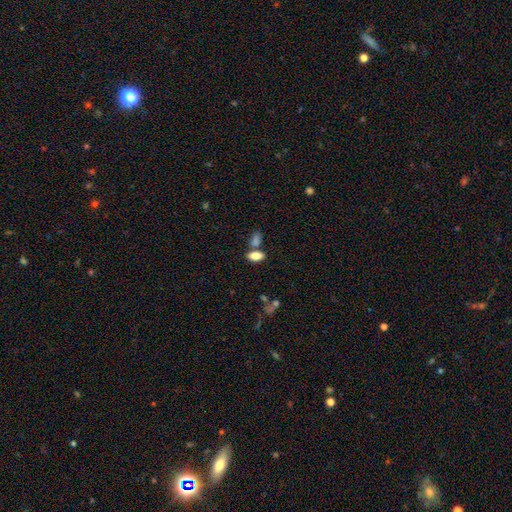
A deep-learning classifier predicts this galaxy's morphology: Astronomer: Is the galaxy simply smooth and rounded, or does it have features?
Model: smooth — 82%.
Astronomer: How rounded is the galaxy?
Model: in between — 90%.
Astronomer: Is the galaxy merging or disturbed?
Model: none — 58%.